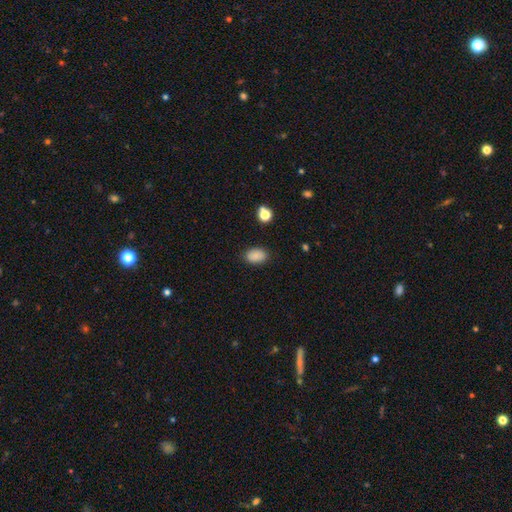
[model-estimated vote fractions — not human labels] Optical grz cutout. It shows a smooth galaxy with no disk features (86%) that is in between round and cigar-shaped (85%). Merging: none (85%).